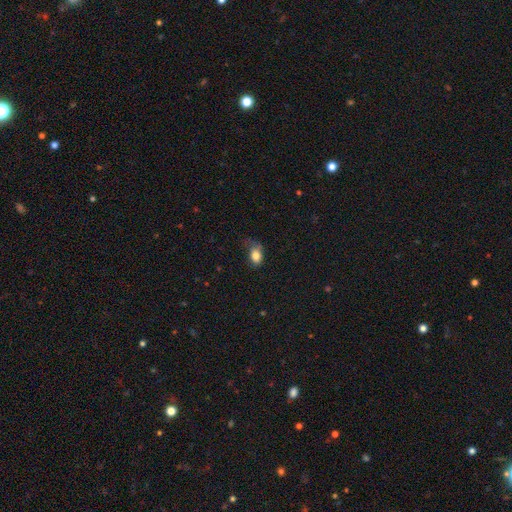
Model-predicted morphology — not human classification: smooth_or_featured: smooth (p=0.82) [alt: star or artifact p=0.09]
how_rounded: in between (p=0.80) [alt: round p=0.19]
merging: none (p=0.42) [alt: minor disturbance p=0.36]